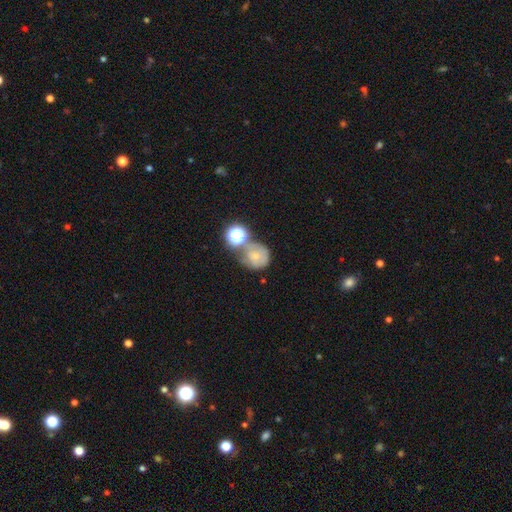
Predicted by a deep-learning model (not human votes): Smooth or featured: smooth — 60% (featured or disk — 25%)
How rounded: round — 80% (in between — 19%)
Merging: none — 40% (merger — 30%)